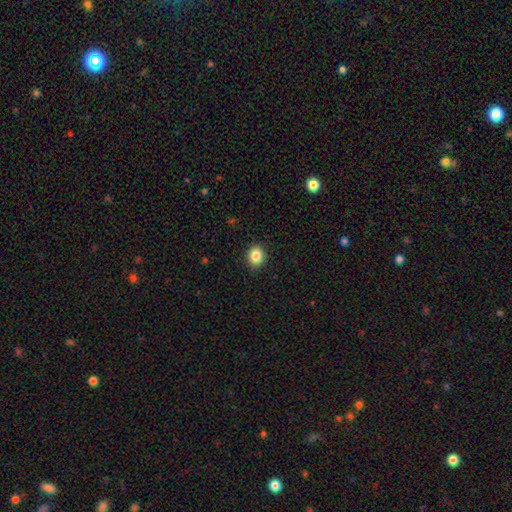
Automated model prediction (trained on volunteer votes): Smooth or featured: smooth — 86% (star or artifact — 10%)
How rounded: round — 65% (in between — 34%)
Merging: none — 89% (minor disturbance — 8%)